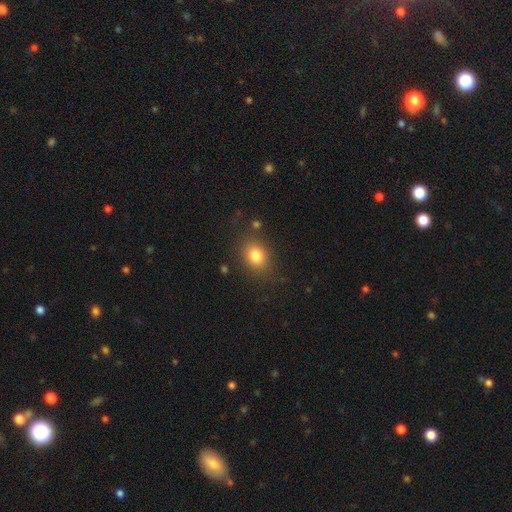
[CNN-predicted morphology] smooth 81%, star or artifact 11%, featured or disk 8%. Down the decision tree: how rounded — in between (62%); merging — none (80%).